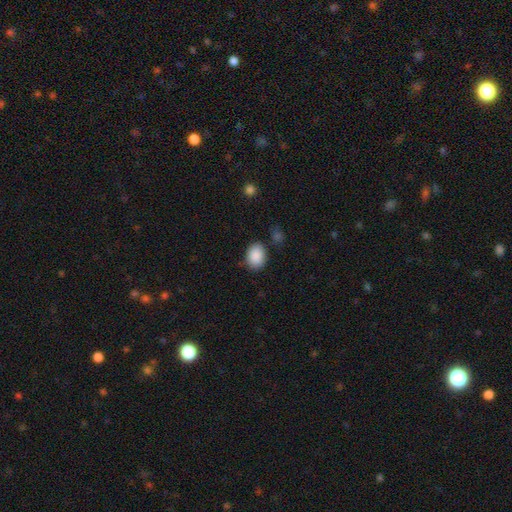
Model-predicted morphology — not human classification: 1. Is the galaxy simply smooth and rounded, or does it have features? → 89% smooth, 7% star or artifact, 3% featured or disk.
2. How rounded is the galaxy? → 71% in between, 28% round, 1% cigar-shaped.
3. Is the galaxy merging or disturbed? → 79% none, 14% minor disturbance, 4% major disturbance, 3% merger.